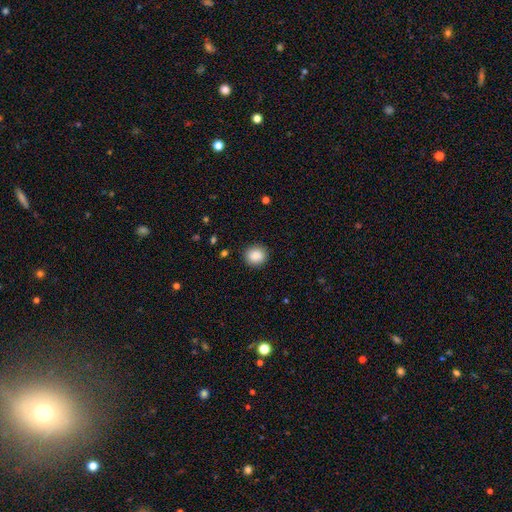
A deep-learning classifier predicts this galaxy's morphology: Overall: smooth (88%). How rounded: round (87%). Merging: none (91%).